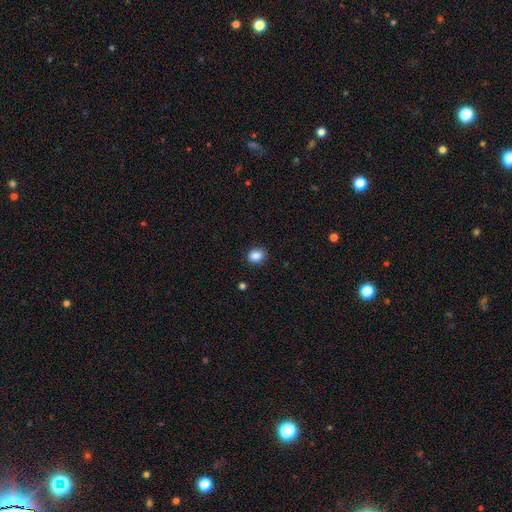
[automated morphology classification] Smooth or featured?
  - smooth: 87% *
  - star or artifact: 10%
  - featured or disk: 3%
How rounded?
  - round: 66% *
  - in between: 33%
  - cigar-shaped: 1%
Merging?
  - none: 90% *
  - minor disturbance: 7%
  - major disturbance: 2%
  - merger: 1%